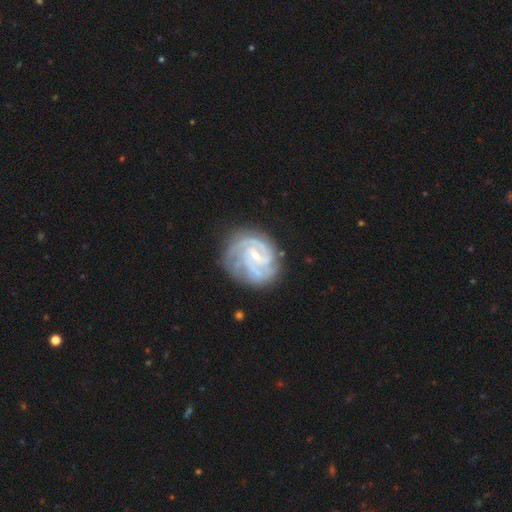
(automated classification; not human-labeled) The model was most divided on "bar": weak: 46%, no: 42%, strong: 12%. Remaining: edge-on disk — no (98%); spiral arms — yes (97%); smooth or featured — featured or disk (88%); bulge size — small (73%); merging — none (71%); spiral winding — tight (61%); spiral arm count — 3 (33%).